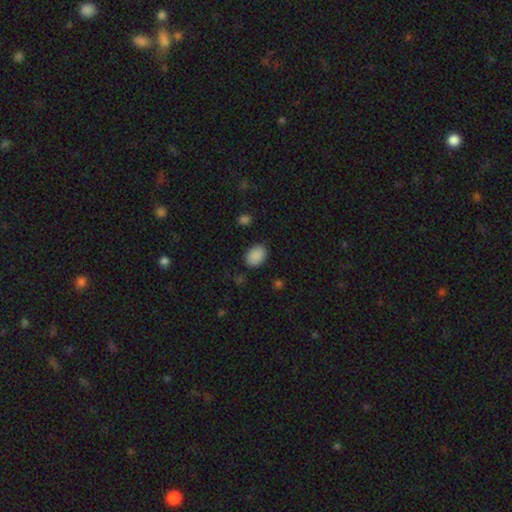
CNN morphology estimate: This appears to be a smooth galaxy with no disk features (89%) that is in between round and cigar-shaped (74%). Merging: none (82%).